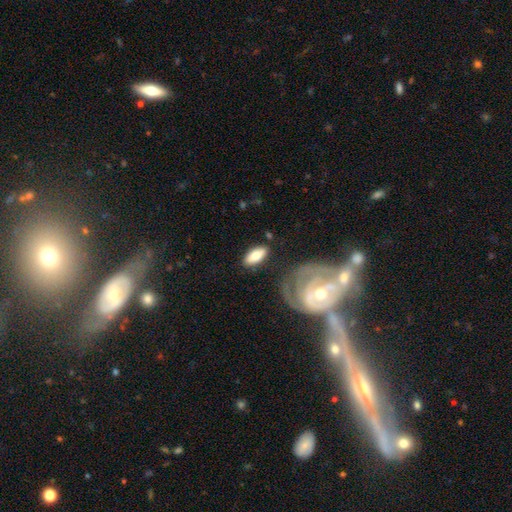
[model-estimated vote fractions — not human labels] Morphology: type=smooth (72%); roundness=in between (88%); merging=none (78%).